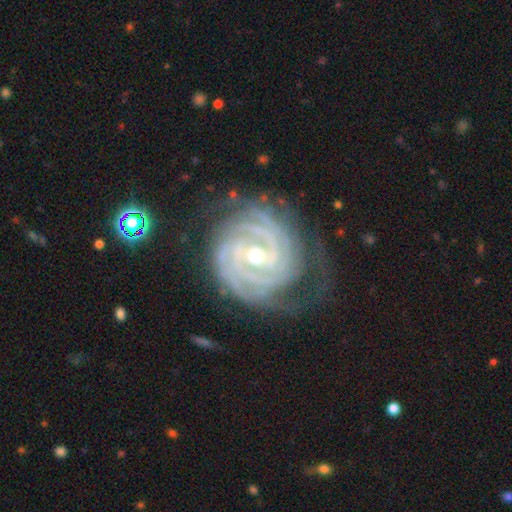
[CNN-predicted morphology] A featured or disk galaxy (92%) with no bar (39%), 3 (23%) tight (86%) spiral arms (98%) and a moderate central bulge (59%). Merging: none (72%).